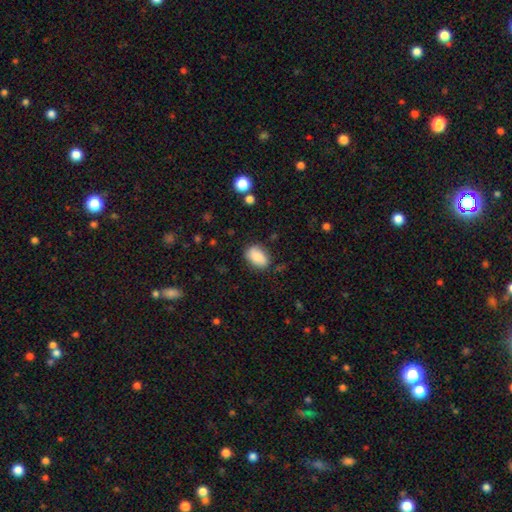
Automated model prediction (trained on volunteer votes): Q: Smooth or featured?
A: smooth (85%); runner-up: featured or disk (8%)
Q: How rounded?
A: in between (87%); runner-up: round (11%)
Q: Merging?
A: none (77%); runner-up: minor disturbance (17%)